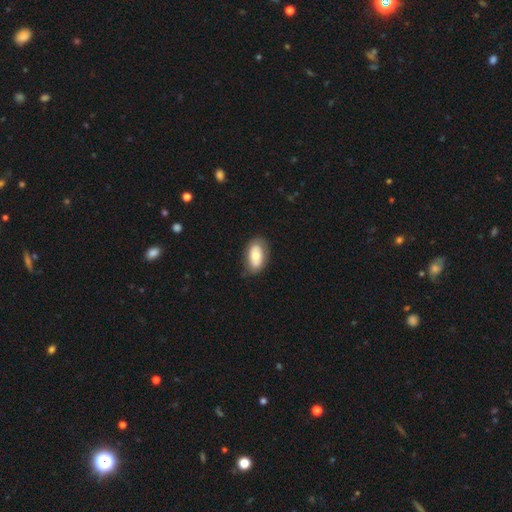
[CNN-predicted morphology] type=smooth (67%); roundness=in between (93%); merging=none (80%).